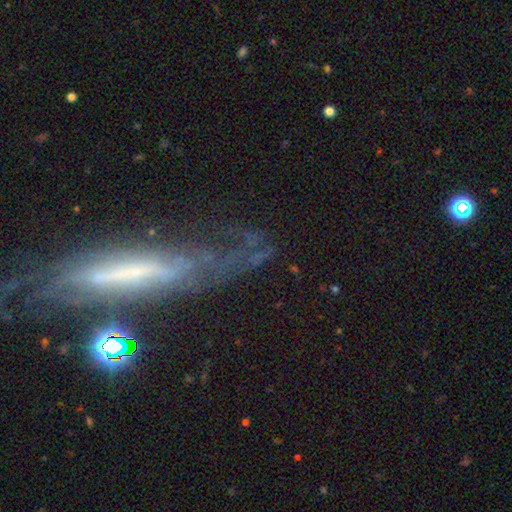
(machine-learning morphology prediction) A featured or disk galaxy (56%).

Vote fractions:
- Smooth or featured? featured or disk: 56% / smooth: 23% / star or artifact: 21%
- Edge-on disk? no: 63% / yes: 37%
- Merging? none: 41% / major disturbance: 33% / minor disturbance: 18% / merger: 8%